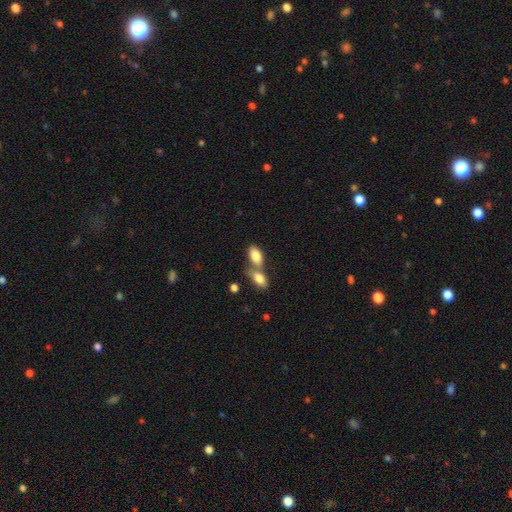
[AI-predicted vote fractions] smooth-or-featured: smooth: 83% | featured or disk: 11% | star or artifact: 7%
  how-rounded: in between: 92% | round: 5% | cigar-shaped: 4%
  merging: merger: 55% | none: 32% | minor disturbance: 9% | major disturbance: 4%